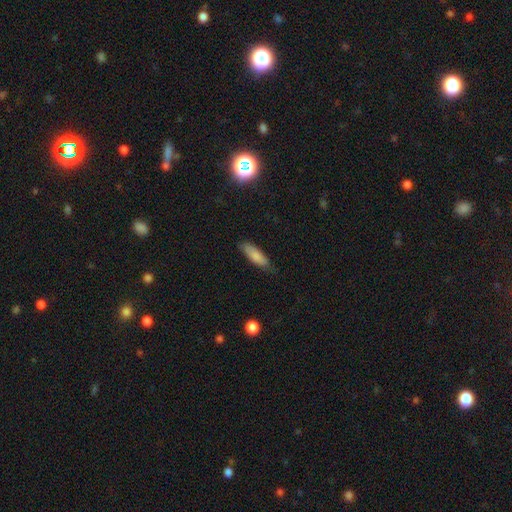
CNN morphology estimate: Smooth or featured? Predicted: smooth (p=0.81). How rounded? Predicted: in between (p=0.52). Merging? Predicted: none (p=0.76).